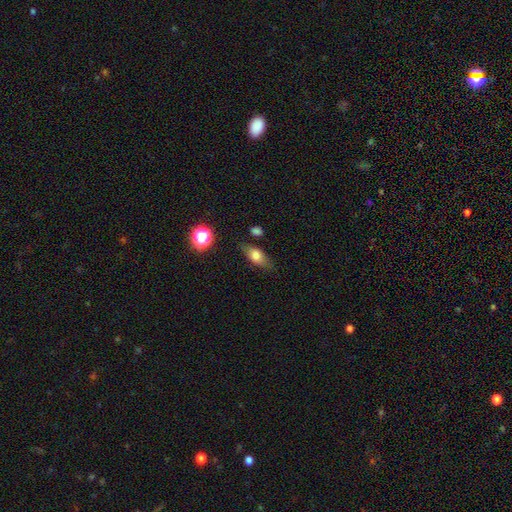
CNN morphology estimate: A smooth galaxy with no disk features (69%) that is in between round and cigar-shaped (74%).

Vote fractions:
- Smooth or featured? smooth: 69% / featured or disk: 22% / star or artifact: 9%
- How rounded? in between: 74% / cigar-shaped: 16% / round: 10%
- Merging? none: 76% / minor disturbance: 16% / major disturbance: 4% / merger: 4%